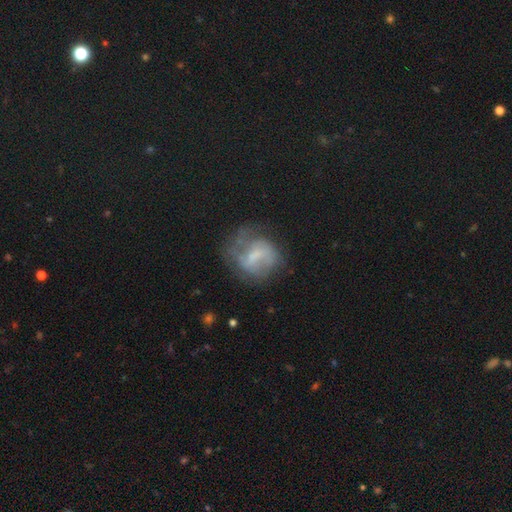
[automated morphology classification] Q: Smooth or featured?
A: featured or disk (56%); runner-up: smooth (35%)
Q: Edge-on disk?
A: no (97%); runner-up: yes (3%)
Q: Bar?
A: weak (45%); runner-up: no (37%)
Q: Spiral arms?
A: yes (57%); runner-up: no (43%)
Q: Bulge size?
A: small (36%); runner-up: none (34%)
Q: Merging?
A: none (49%); runner-up: minor disturbance (24%)